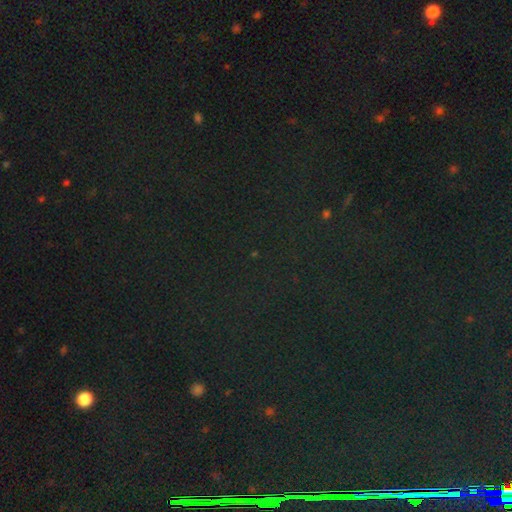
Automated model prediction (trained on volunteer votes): Smooth or featured: star or artifact — 80% (smooth — 13%)